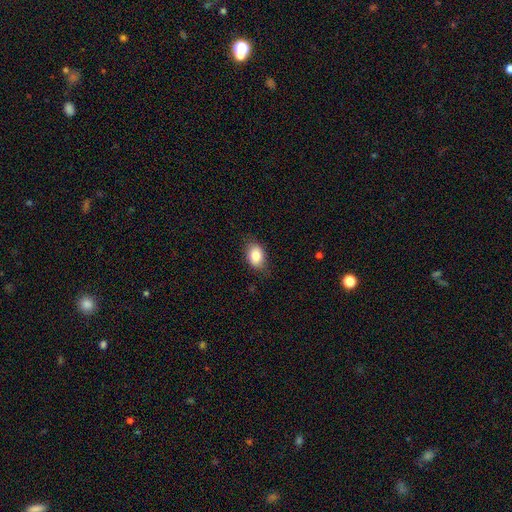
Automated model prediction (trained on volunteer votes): Smooth or featured? Predicted: smooth (p=0.84). How rounded? Predicted: in between (p=0.82). Merging? Predicted: none (p=0.79).